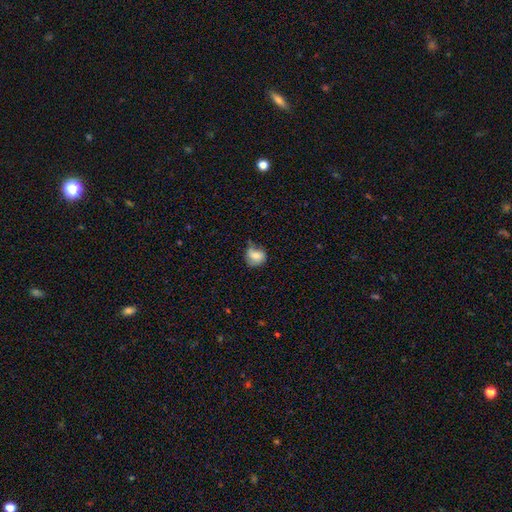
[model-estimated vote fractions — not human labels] A smooth galaxy with no disk features (69%) that is round (67%).

Vote fractions:
- Smooth or featured? smooth: 69% / featured or disk: 22% / star or artifact: 9%
- How rounded? round: 67% / in between: 32% / cigar-shaped: 1%
- Merging? none: 47% / minor disturbance: 34% / major disturbance: 13% / merger: 5%